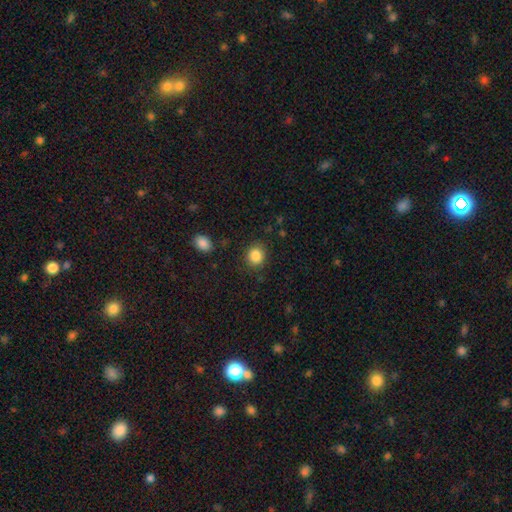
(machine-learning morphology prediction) This appears to be a smooth galaxy with no disk features (86%) that is round (78%). Merging: none (86%).